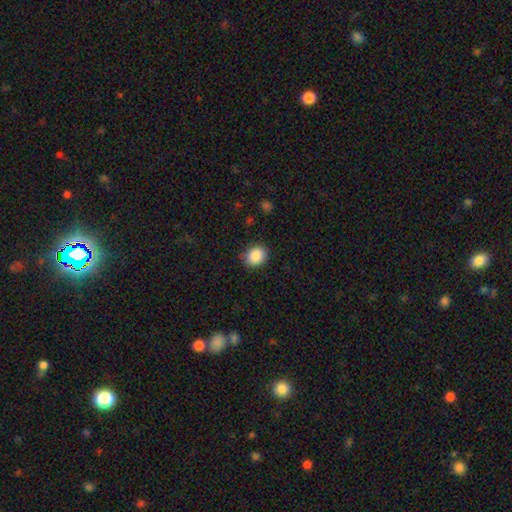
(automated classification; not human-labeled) This appears to be a smooth galaxy with no disk features (88%) that is round (67%). Merging: none (84%).